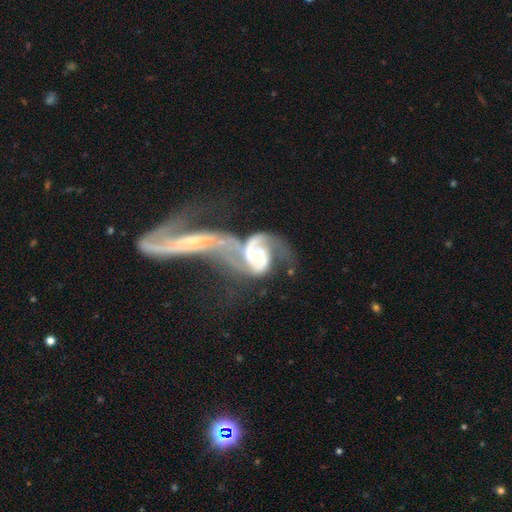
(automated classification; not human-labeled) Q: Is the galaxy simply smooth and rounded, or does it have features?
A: featured or disk — 84%.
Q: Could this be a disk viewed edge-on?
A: no — 97%.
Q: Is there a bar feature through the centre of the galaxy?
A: no — 44%.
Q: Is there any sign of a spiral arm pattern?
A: yes — 92%.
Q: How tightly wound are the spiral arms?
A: medium — 41%.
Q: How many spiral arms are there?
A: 2 — 76%.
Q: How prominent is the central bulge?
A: small — 42%.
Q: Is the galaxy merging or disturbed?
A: merger — 69%.